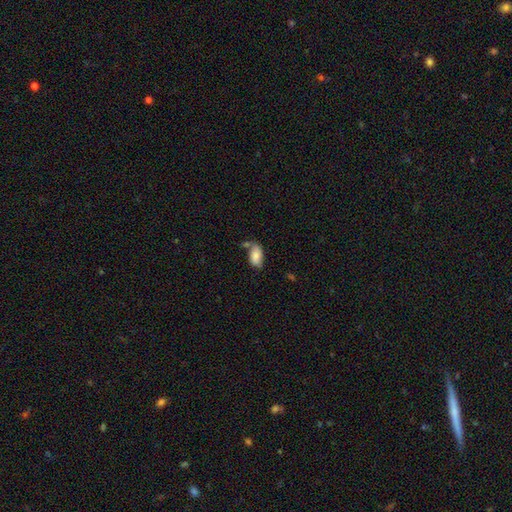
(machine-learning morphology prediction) smooth 81%, featured or disk 12%, star or artifact 7%. Down the decision tree: how rounded — in between (94%); merging — none (49%).